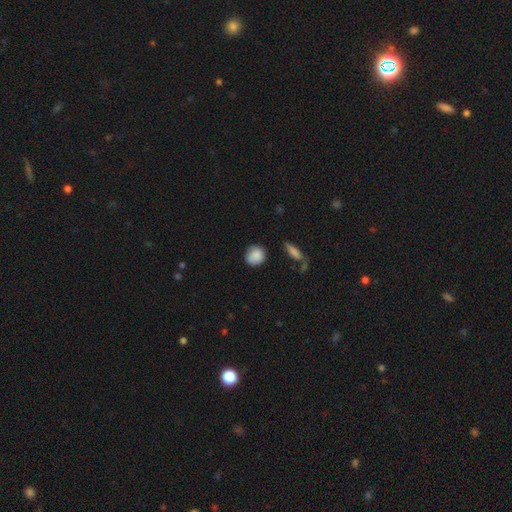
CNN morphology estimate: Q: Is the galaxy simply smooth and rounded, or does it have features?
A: smooth — 86%.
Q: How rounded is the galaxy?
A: round — 86%.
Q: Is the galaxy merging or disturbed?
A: none — 74%.